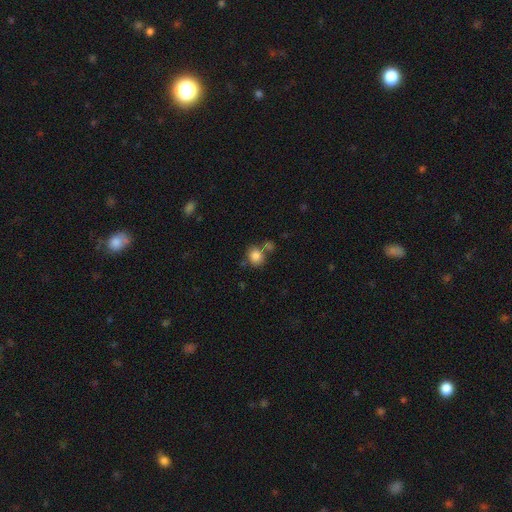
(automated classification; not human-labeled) Smooth or featured?
  - smooth: 84% *
  - star or artifact: 10%
  - featured or disk: 6%
How rounded?
  - round: 78% *
  - in between: 21%
  - cigar-shaped: 1%
Merging?
  - none: 62% *
  - merger: 20%
  - minor disturbance: 13%
  - major disturbance: 5%